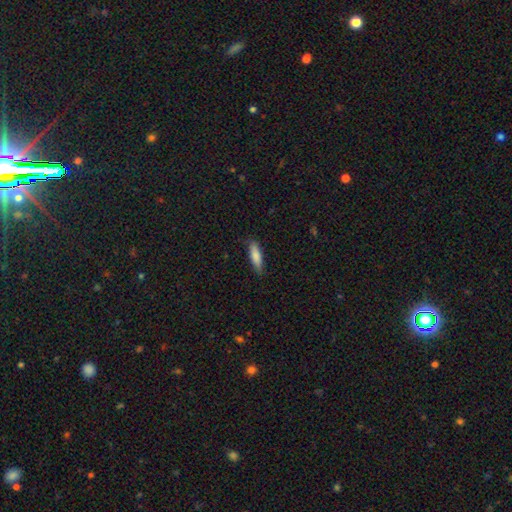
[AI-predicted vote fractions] Overall: smooth (83%). How rounded: cigar-shaped (63%; in between 36%). Merging: none (84%).